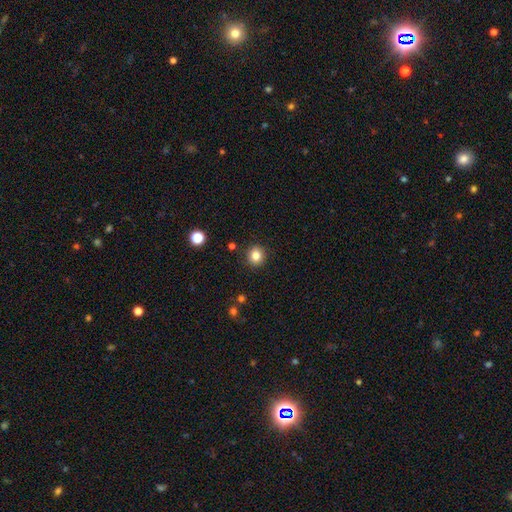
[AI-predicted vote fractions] This appears to be a smooth galaxy with no disk features (83%) that is round (90%). Merging: none (90%).